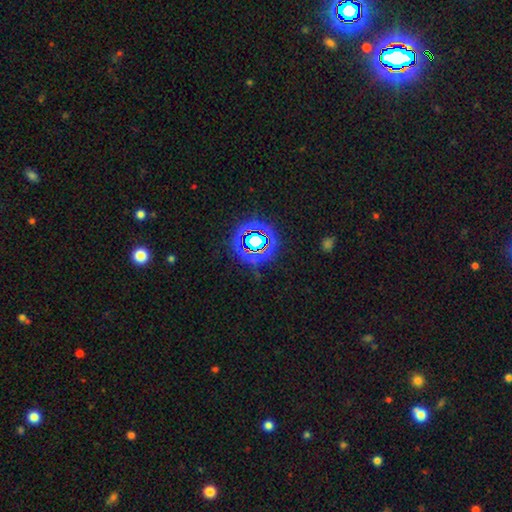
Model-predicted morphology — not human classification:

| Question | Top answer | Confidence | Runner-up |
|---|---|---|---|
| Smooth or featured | star or artifact | 68% | smooth (21%) |